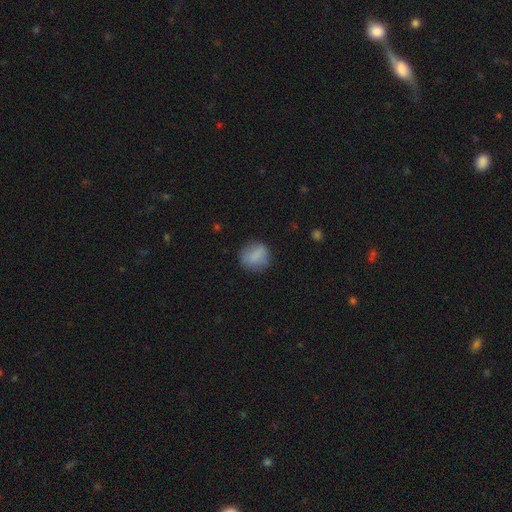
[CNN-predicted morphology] The model was most divided on "how rounded": round: 79%, in between: 20%, cigar-shaped: 2%. More confident: smooth or featured — smooth (82%); merging — none (79%).